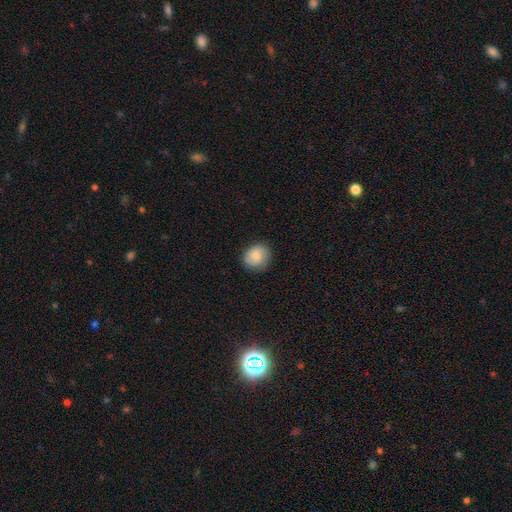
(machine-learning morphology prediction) type=smooth (81%); roundness=round (71%); merging=none (81%).